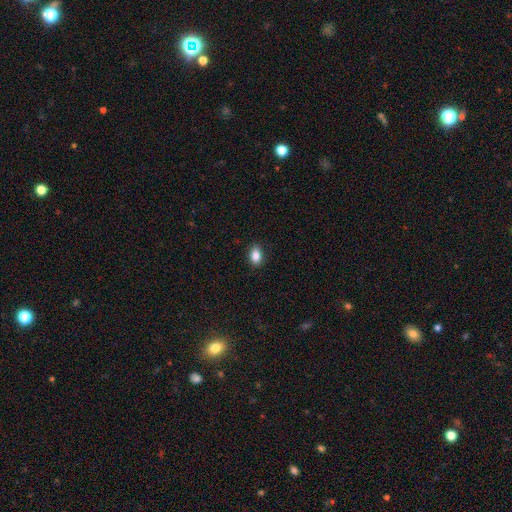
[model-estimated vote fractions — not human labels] Smooth or featured? smooth (87%)
How rounded? in between (85%)
Merging? none (88%)